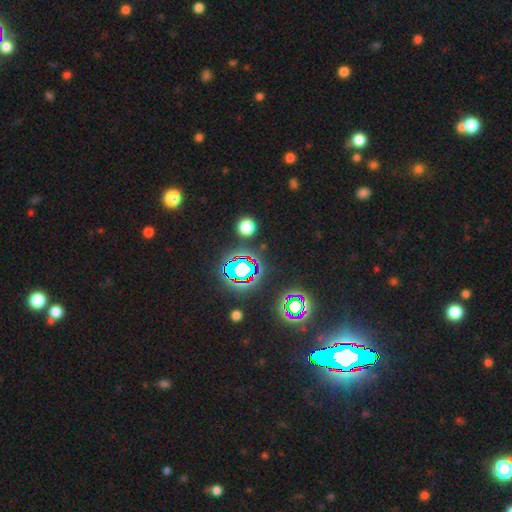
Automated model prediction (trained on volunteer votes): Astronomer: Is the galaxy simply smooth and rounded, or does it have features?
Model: star or artifact — 82%.